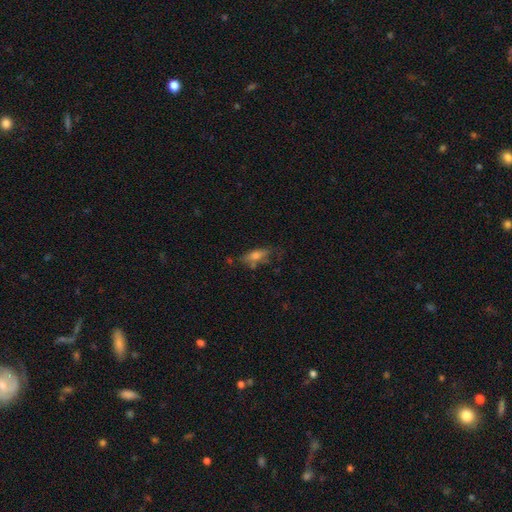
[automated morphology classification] smooth_or_featured: smooth (p=0.61) [alt: featured or disk p=0.29]
how_rounded: in between (p=0.65) [alt: cigar-shaped p=0.31]
merging: none (p=0.51) [alt: minor disturbance p=0.28]